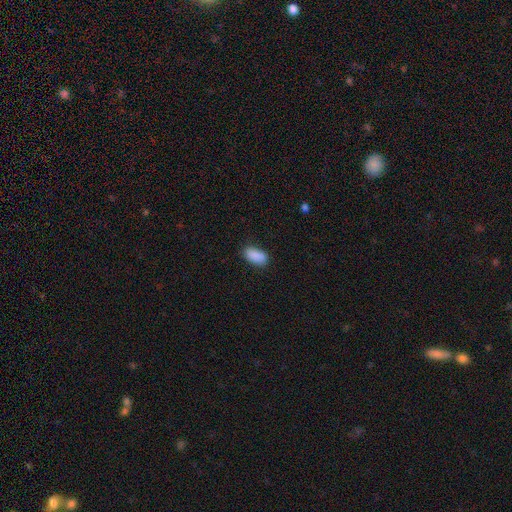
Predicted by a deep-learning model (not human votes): A smooth galaxy with no disk features (89%) that is in between round and cigar-shaped (91%). Merging: none (83%).